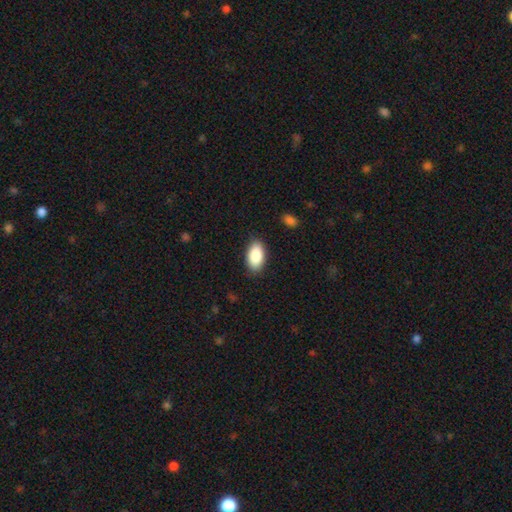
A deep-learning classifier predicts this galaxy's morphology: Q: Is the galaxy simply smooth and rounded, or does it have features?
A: smooth — 88%.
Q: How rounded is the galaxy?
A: in between — 95%.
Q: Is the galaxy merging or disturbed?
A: none — 87%.